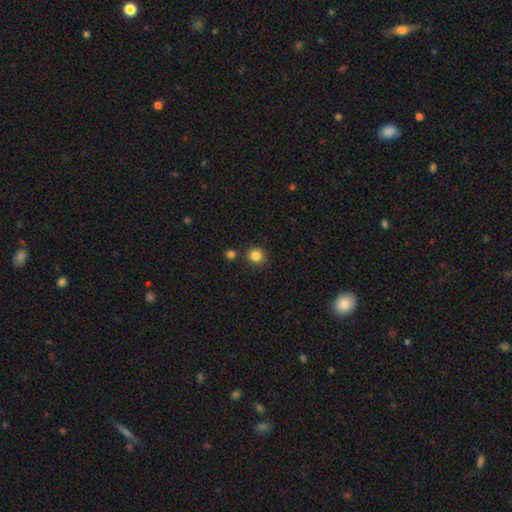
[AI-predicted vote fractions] smooth-or-featured: smooth: 84% | star or artifact: 12% | featured or disk: 5%
  how-rounded: round: 87% | in between: 13% | cigar-shaped: 1%
  merging: none: 82% | minor disturbance: 9% | merger: 7% | major disturbance: 2%